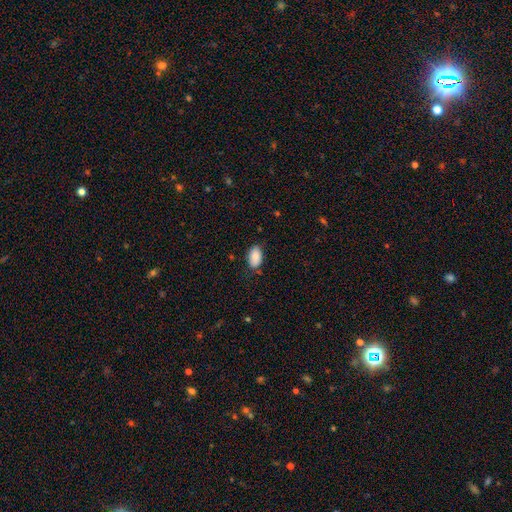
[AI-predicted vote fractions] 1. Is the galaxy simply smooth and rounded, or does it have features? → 87% smooth, 7% star or artifact, 6% featured or disk.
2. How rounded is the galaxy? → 93% in between, 6% round, 1% cigar-shaped.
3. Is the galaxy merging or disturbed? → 79% none, 17% minor disturbance, 3% major disturbance, 1% merger.